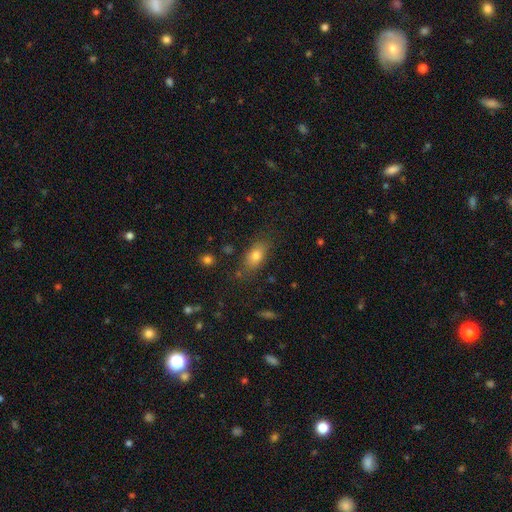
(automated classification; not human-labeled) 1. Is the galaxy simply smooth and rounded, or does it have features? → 76% smooth, 13% featured or disk, 11% star or artifact.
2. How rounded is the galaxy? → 81% in between, 11% round, 8% cigar-shaped.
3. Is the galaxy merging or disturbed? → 75% none, 16% minor disturbance, 5% major disturbance, 3% merger.